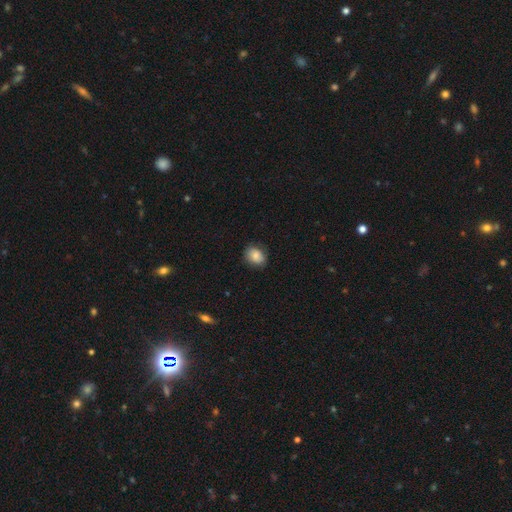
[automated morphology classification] type=smooth (82%); roundness=in between (56%); merging=none (79%).